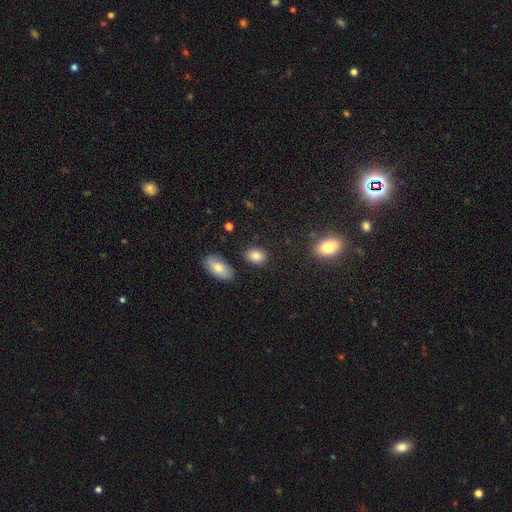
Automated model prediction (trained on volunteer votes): smooth_or_featured: smooth (p=0.84) [alt: star or artifact p=0.09]
how_rounded: in between (p=0.69) [alt: round p=0.29]
merging: none (p=0.84) [alt: minor disturbance p=0.10]